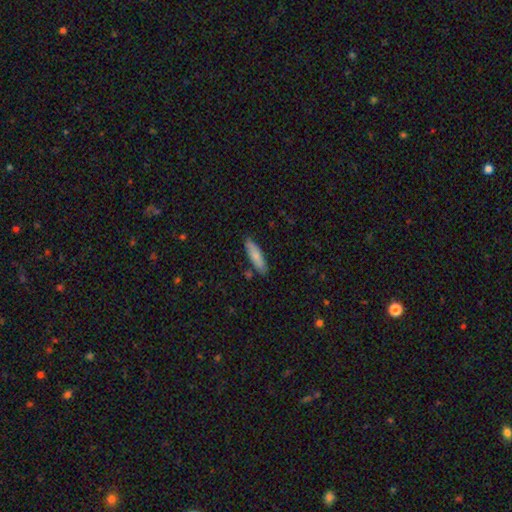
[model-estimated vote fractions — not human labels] Smooth or featured? Predicted: smooth (p=0.78). How rounded? Predicted: cigar-shaped (p=0.66). Merging? Predicted: none (p=0.84).